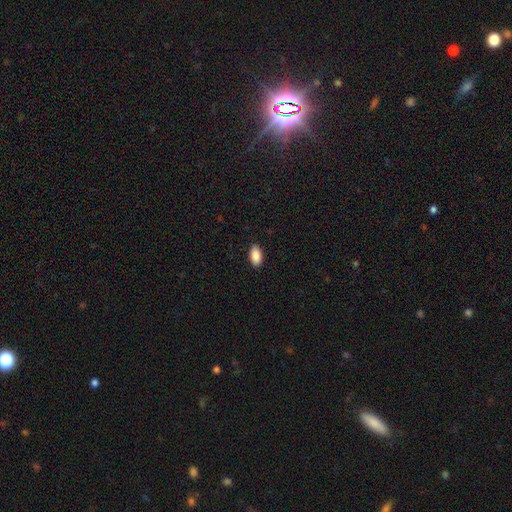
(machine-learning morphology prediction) smooth-or-featured: smooth: 90% | star or artifact: 7% | featured or disk: 4%
  how-rounded: in between: 94% | cigar-shaped: 4% | round: 3%
  merging: none: 90% | minor disturbance: 8% | major disturbance: 2% | merger: 1%